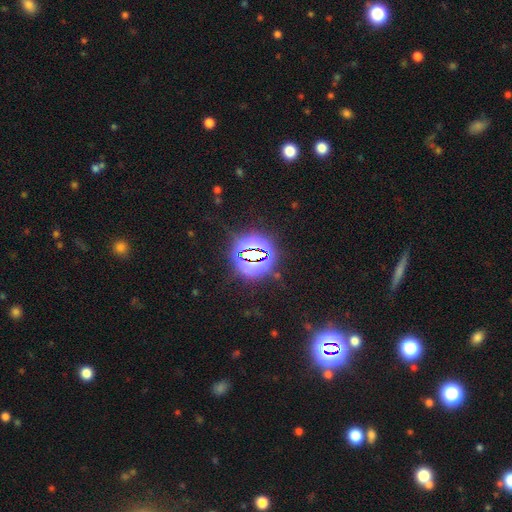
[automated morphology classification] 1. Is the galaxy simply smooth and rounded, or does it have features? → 77% star or artifact, 14% smooth, 8% featured or disk.